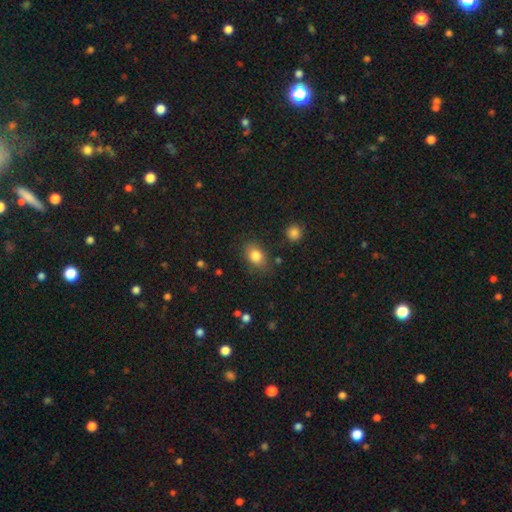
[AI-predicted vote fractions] This appears to be a smooth galaxy with no disk features (83%) that is in between round and cigar-shaped (70%). Merging: none (78%).